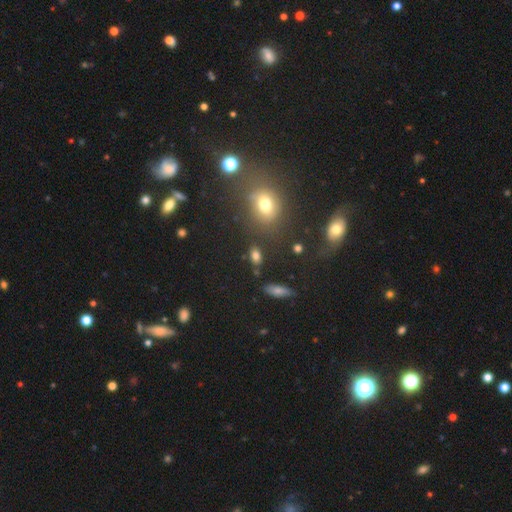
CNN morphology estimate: Smooth or featured? smooth (75%)
How rounded? in between (81%)
Merging? none (77%)